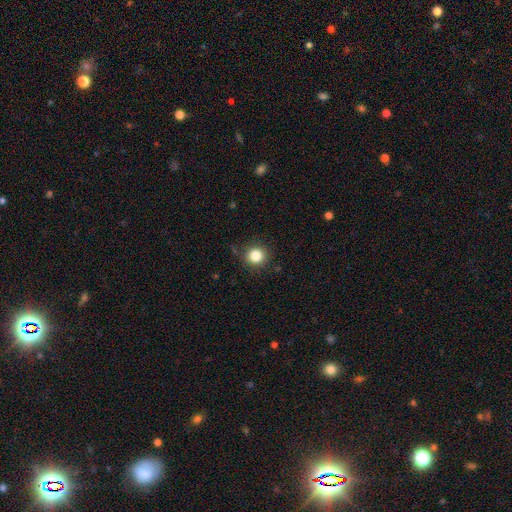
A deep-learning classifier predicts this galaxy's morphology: A smooth galaxy with no disk features (83%) that is round (92%).

Vote fractions:
- Smooth or featured? smooth: 83% / star or artifact: 12% / featured or disk: 5%
- How rounded? round: 92% / in between: 7% / cigar-shaped: 1%
- Merging? none: 88% / minor disturbance: 9% / major disturbance: 3% / merger: 1%